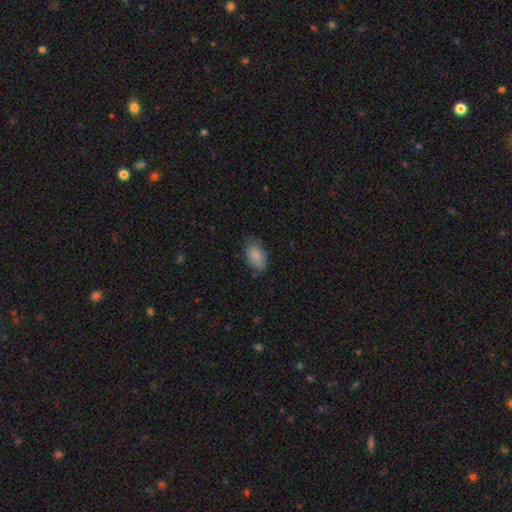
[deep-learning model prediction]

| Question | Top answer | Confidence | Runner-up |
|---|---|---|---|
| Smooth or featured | smooth | 86% | featured or disk (7%) |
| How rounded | in between | 93% | round (5%) |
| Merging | none | 74% | minor disturbance (20%) |